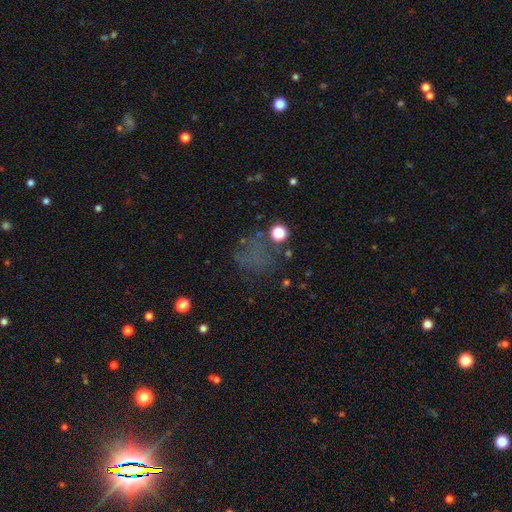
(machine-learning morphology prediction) Smooth or featured: smooth — 44% (star or artifact — 39%)
Merging: none — 55% (major disturbance — 22%)